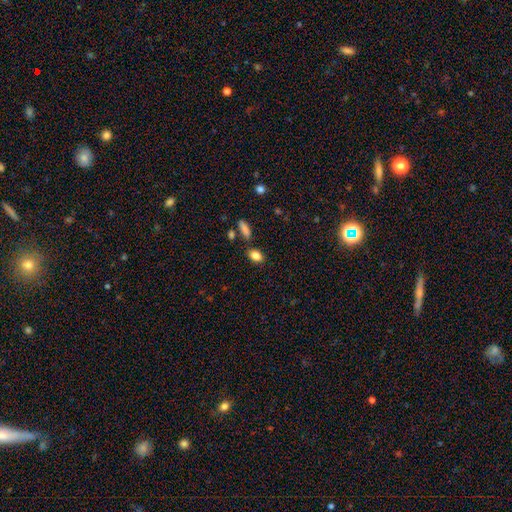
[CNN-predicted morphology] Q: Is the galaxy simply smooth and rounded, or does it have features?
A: smooth — 85%.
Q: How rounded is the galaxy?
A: in between — 82%.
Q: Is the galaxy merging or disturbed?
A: none — 81%.